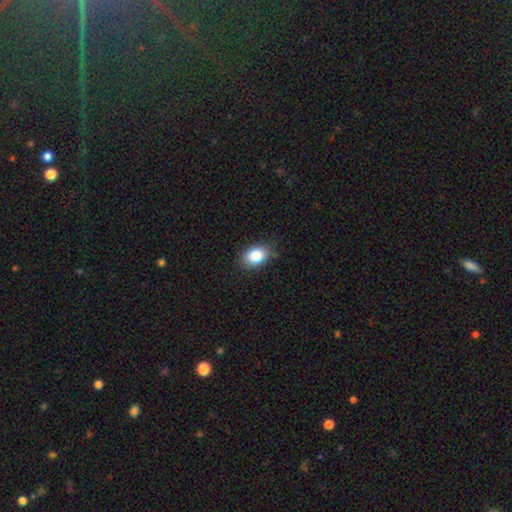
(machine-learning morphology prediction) type=smooth (86%); roundness=in between (83%); merging=none (82%).